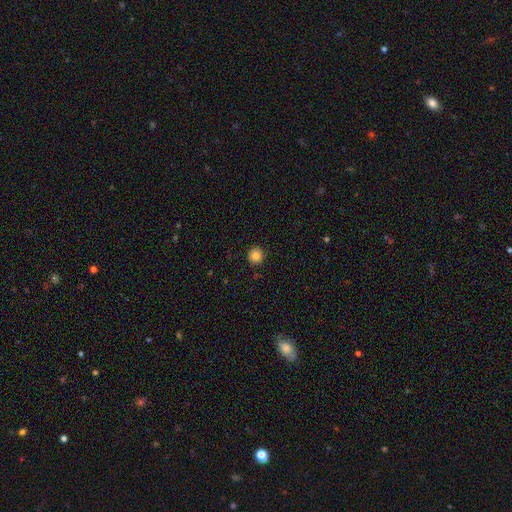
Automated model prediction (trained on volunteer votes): Smooth or featured? Predicted: smooth (p=0.84). How rounded? Predicted: round (p=0.94). Merging? Predicted: none (p=0.91).